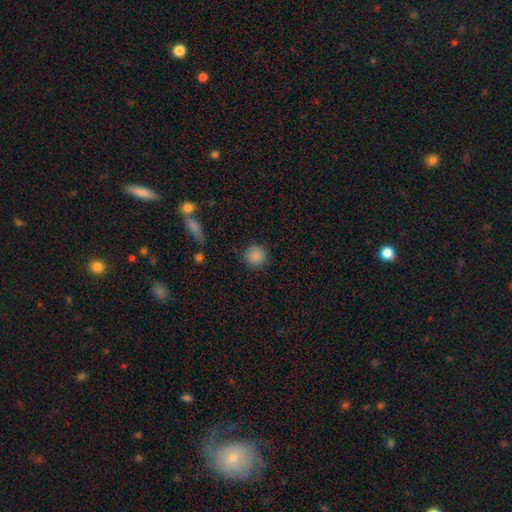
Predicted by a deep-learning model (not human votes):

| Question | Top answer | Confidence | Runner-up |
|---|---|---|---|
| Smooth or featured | smooth | 86% | star or artifact (10%) |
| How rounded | round | 92% | in between (7%) |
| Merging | none | 85% | minor disturbance (10%) |